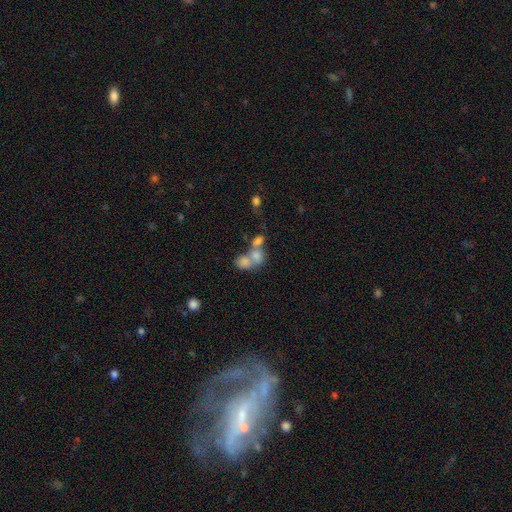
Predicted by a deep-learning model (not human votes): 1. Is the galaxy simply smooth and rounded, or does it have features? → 66% smooth, 21% featured or disk, 14% star or artifact.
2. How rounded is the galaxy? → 57% in between, 41% round, 2% cigar-shaped.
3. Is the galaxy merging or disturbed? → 67% merger, 20% none, 7% minor disturbance, 7% major disturbance.